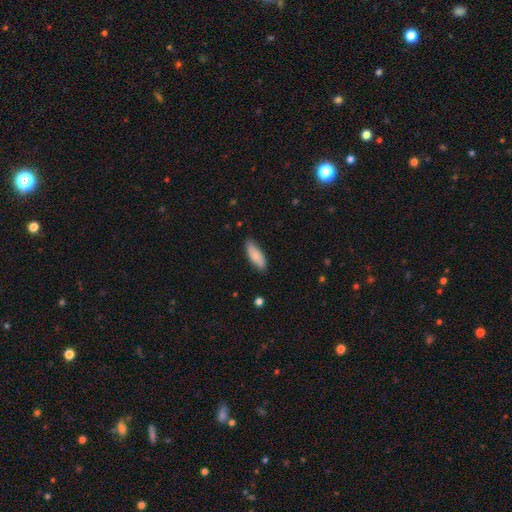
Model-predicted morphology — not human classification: The model was most divided on "how rounded": in between: 64%, cigar-shaped: 34%, round: 2%. More confident: smooth or featured — smooth (84%); merging — none (81%).